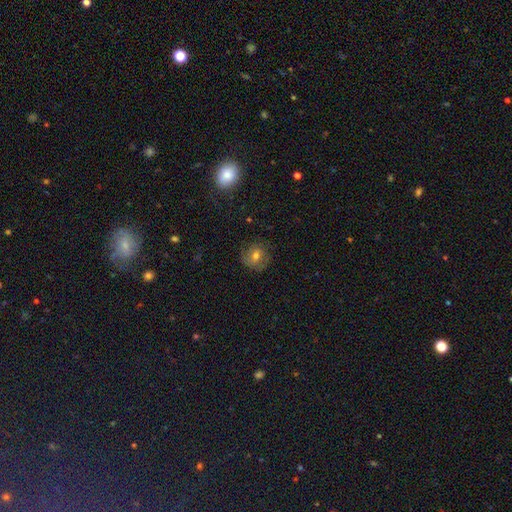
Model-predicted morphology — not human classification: This appears to be a featured or disk galaxy (44%, tied with smooth). Merging: none (74%).